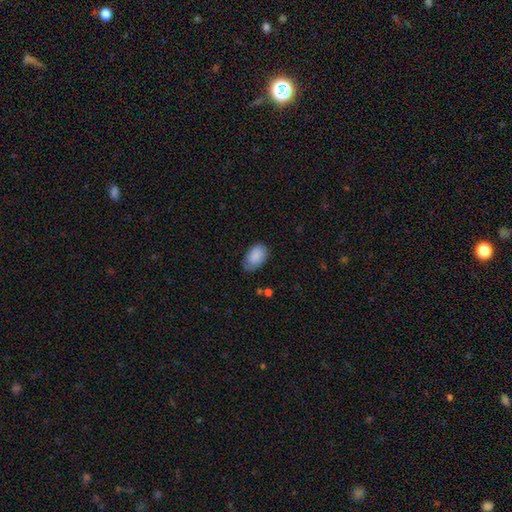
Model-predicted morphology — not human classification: A smooth galaxy with no disk features (87%) that is in between round and cigar-shaped (92%).

Vote fractions:
- Smooth or featured? smooth: 87% / star or artifact: 7% / featured or disk: 6%
- How rounded? in between: 92% / round: 7% / cigar-shaped: 1%
- Merging? none: 67% / minor disturbance: 26% / major disturbance: 6% / merger: 2%